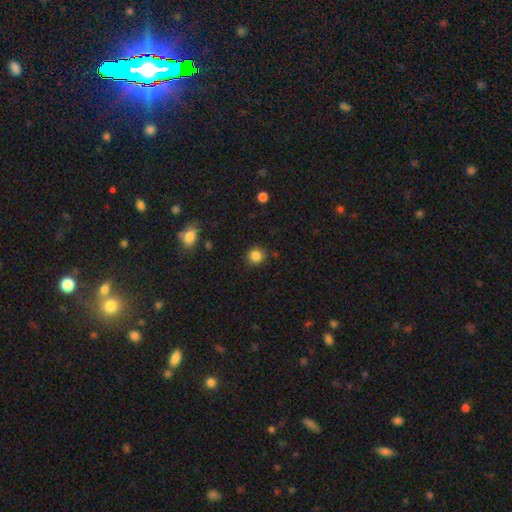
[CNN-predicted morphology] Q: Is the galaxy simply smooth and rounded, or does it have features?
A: smooth — 85%.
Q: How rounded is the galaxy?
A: round — 89%.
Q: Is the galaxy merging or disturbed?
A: none — 89%.